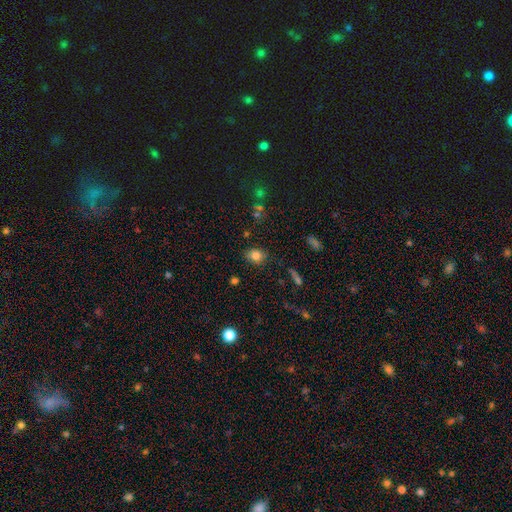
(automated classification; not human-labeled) This appears to be a smooth galaxy with no disk features (80%) that is in between round and cigar-shaped (54%). Merging: none (84%).